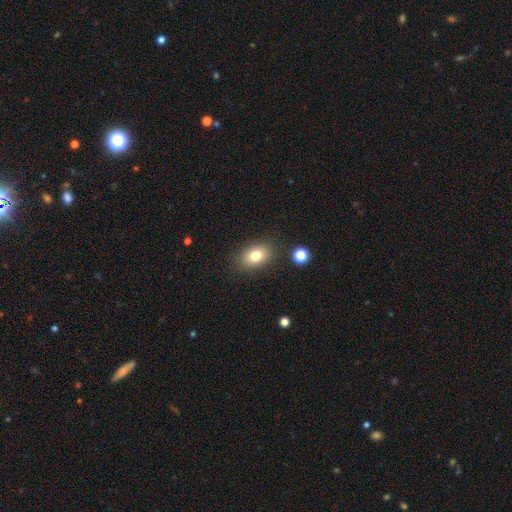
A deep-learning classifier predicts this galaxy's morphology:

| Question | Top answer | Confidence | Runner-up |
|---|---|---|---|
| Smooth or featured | smooth | 79% | featured or disk (11%) |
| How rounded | in between | 81% | round (18%) |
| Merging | none | 84% | minor disturbance (10%) |